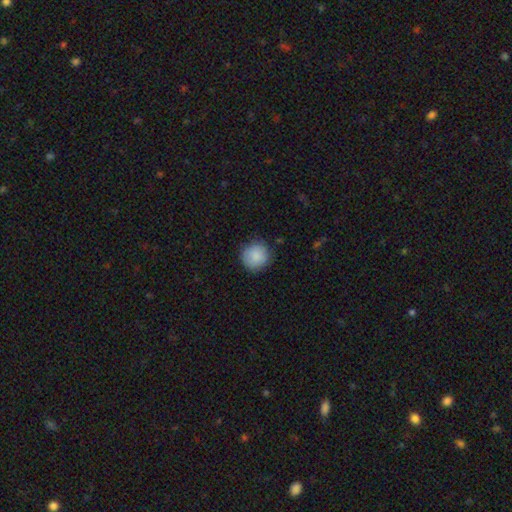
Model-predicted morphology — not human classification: Overall: smooth (87%). How rounded: round (93%). Merging: none (83%).